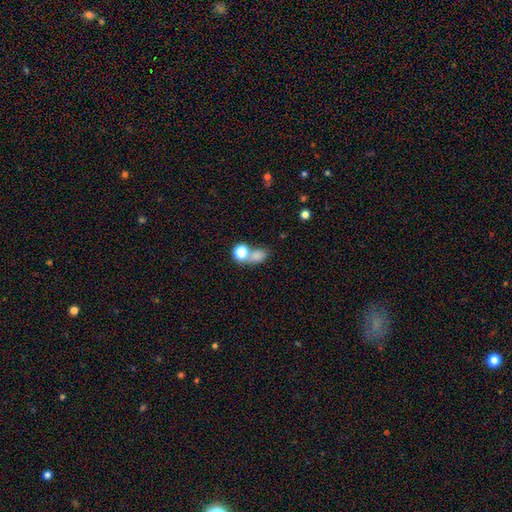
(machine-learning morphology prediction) Smooth or featured?
  - smooth: 77% *
  - star or artifact: 14%
  - featured or disk: 9%
How rounded?
  - in between: 61% *
  - round: 37%
  - cigar-shaped: 2%
Merging?
  - merger: 43% *
  - none: 39%
  - minor disturbance: 10%
  - major disturbance: 7%